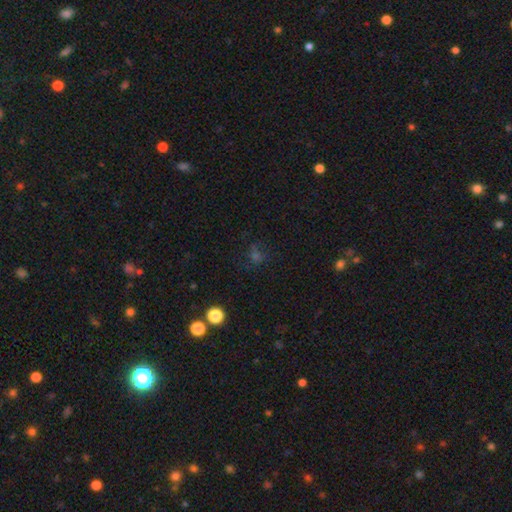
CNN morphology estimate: smooth-or-featured: star or artifact: 47% | smooth: 38% | featured or disk: 15%